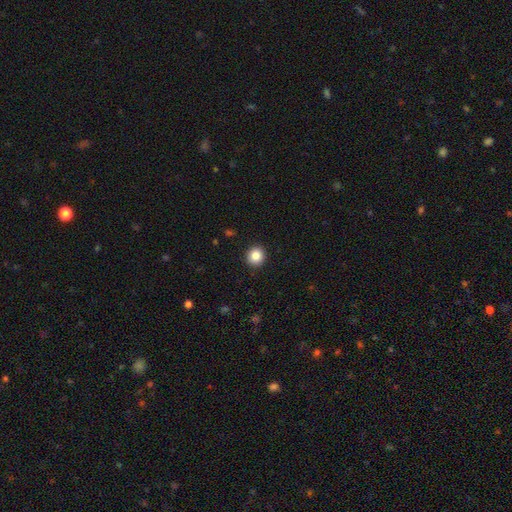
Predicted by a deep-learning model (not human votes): This is clearly a smooth galaxy (86%). How rounded: clearly round (91%). Merging: clearly none (93%).